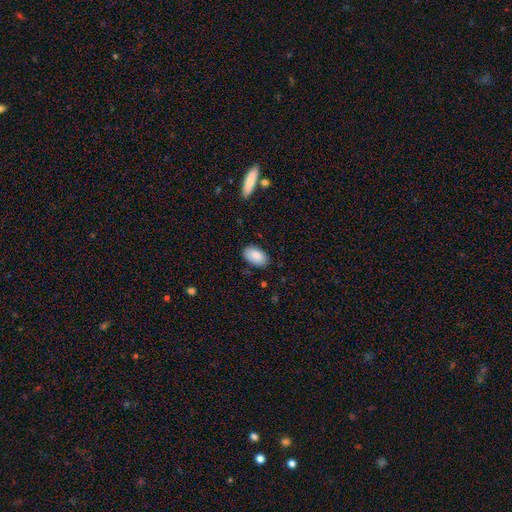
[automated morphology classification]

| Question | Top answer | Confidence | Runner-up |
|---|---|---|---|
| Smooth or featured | smooth | 86% | featured or disk (8%) |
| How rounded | in between | 94% | round (4%) |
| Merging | none | 85% | minor disturbance (11%) |